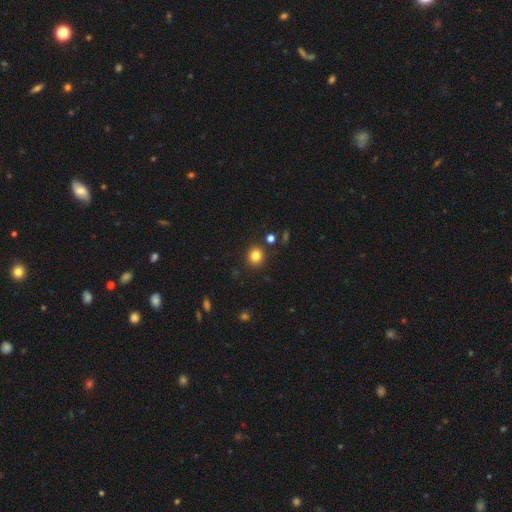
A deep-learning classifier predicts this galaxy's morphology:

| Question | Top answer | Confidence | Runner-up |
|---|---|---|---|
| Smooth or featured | smooth | 82% | star or artifact (12%) |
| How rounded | round | 87% | in between (12%) |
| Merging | none | 88% | minor disturbance (7%) |